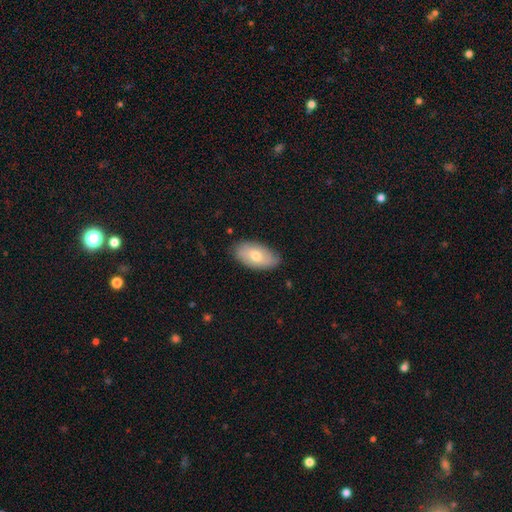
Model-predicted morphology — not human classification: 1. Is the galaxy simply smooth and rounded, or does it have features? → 64% smooth, 30% featured or disk, 6% star or artifact.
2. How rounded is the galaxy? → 94% in between, 4% round, 2% cigar-shaped.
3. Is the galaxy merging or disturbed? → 81% none, 15% minor disturbance, 3% major disturbance, 1% merger.